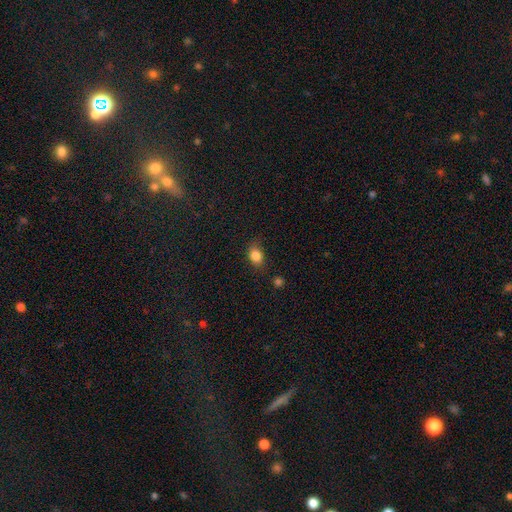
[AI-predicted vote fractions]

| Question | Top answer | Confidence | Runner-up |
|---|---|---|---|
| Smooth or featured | smooth | 83% | star or artifact (11%) |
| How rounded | in between | 63% | round (35%) |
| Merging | none | 74% | minor disturbance (19%) |